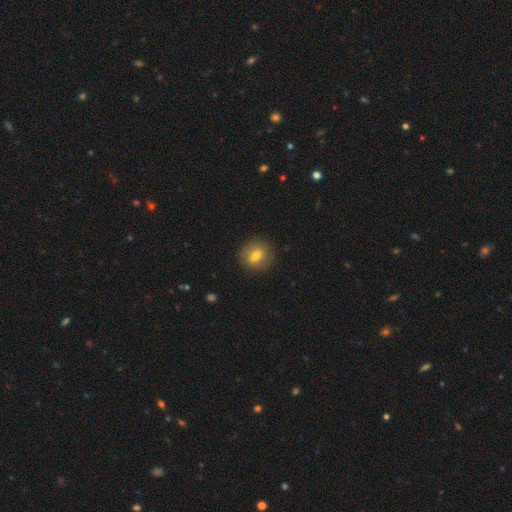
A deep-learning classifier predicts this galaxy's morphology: Smooth or featured: smooth — 66% (featured or disk — 25%)
How rounded: round — 75% (in between — 24%)
Merging: none — 85% (minor disturbance — 10%)